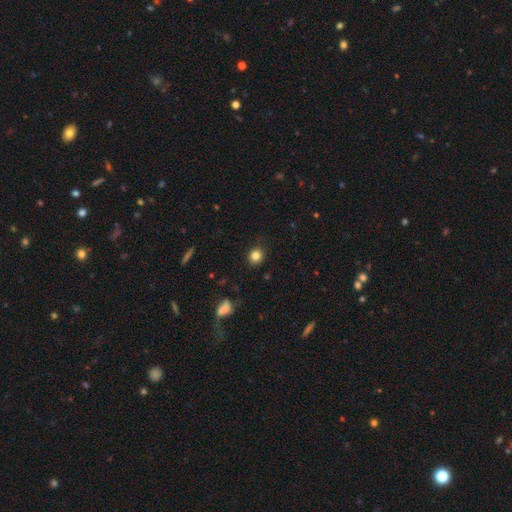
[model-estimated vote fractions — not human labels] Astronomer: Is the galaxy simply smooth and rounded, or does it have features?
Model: smooth — 84%.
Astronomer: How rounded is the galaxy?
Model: round — 82%.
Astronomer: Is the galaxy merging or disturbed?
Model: none — 87%.